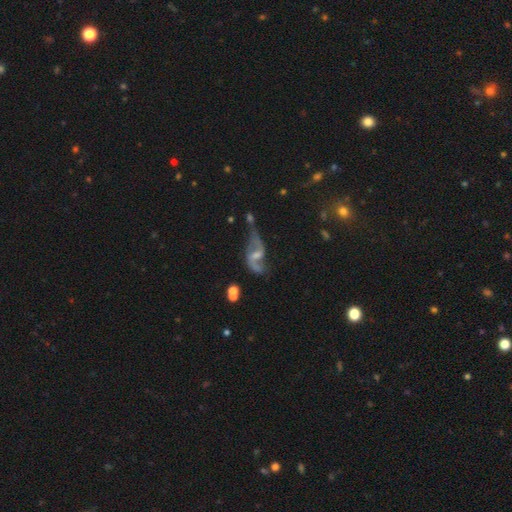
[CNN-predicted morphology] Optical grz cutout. It shows a featured or disk galaxy (80%) with a weak bar (52%), 2 (88%) loose (75%) spiral arms (89%) and a small central bulge (43%). Merging: none (35%).